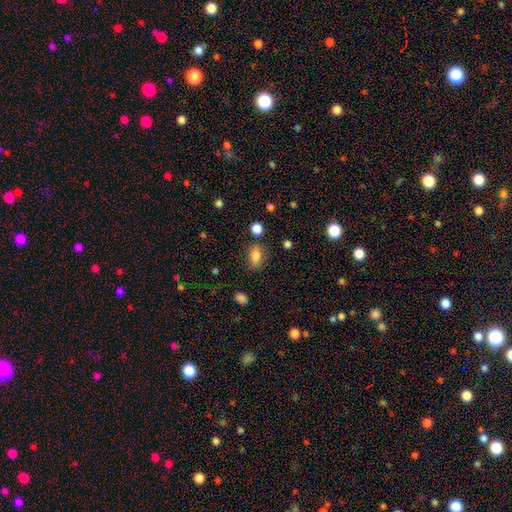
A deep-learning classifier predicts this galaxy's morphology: Smooth or featured? smooth (82%)
How rounded? in between (82%)
Merging? none (75%)